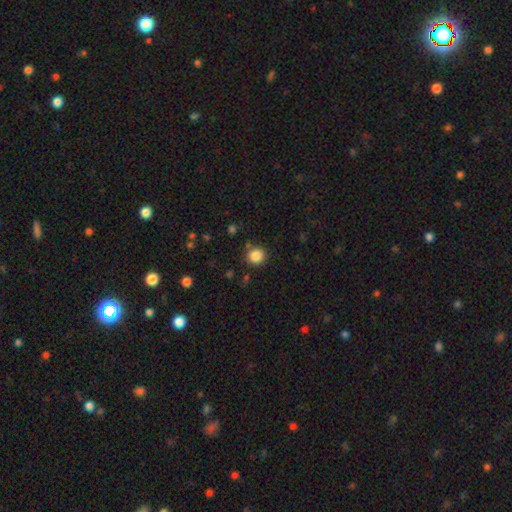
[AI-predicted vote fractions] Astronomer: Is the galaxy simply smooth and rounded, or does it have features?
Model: smooth — 85%.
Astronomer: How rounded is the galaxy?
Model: round — 91%.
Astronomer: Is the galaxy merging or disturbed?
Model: none — 84%.